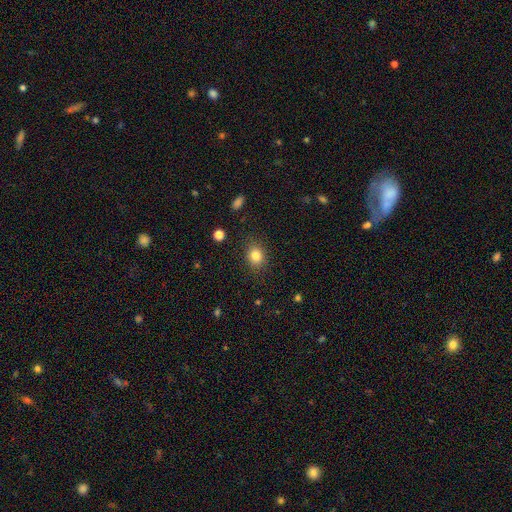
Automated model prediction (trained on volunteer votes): Smooth or featured: smooth — 82% (star or artifact — 11%)
How rounded: round — 57% (in between — 42%)
Merging: none — 86% (minor disturbance — 10%)